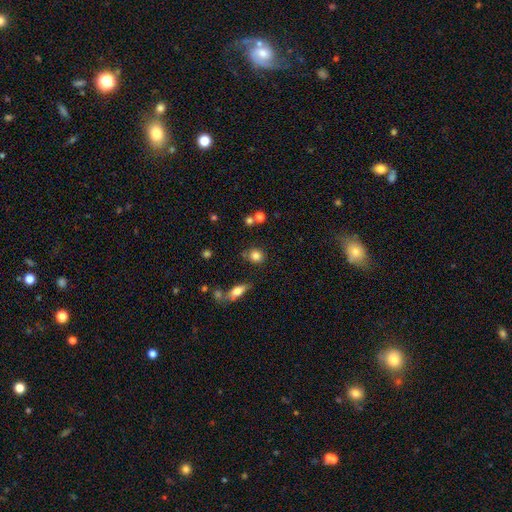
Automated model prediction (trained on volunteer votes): A smooth galaxy with no disk features (82%) that is round (78%).

Vote fractions:
- Smooth or featured? smooth: 82% / star or artifact: 11% / featured or disk: 8%
- How rounded? round: 78% / in between: 20% / cigar-shaped: 2%
- Merging? none: 77% / minor disturbance: 12% / merger: 7% / major disturbance: 4%